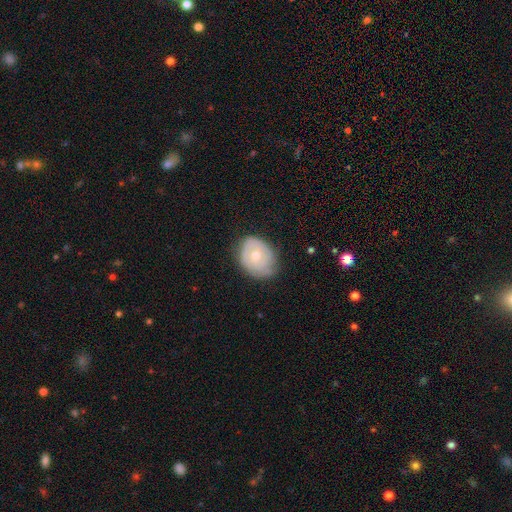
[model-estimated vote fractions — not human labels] smooth-or-featured: smooth: 51% | featured or disk: 42% | star or artifact: 7%
  how-rounded: in between: 55% | round: 44% | cigar-shaped: 1%
  merging: none: 64% | minor disturbance: 28% | major disturbance: 7% | merger: 1%